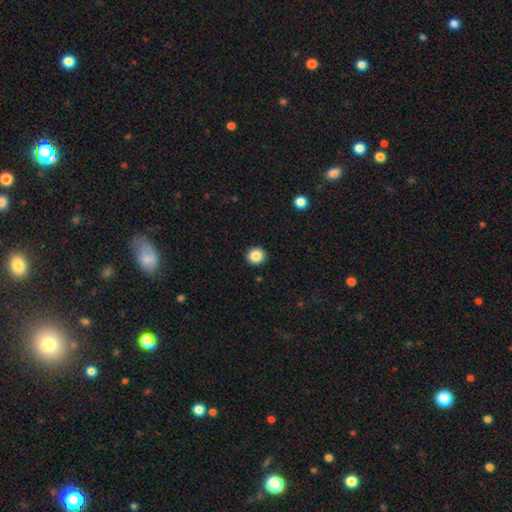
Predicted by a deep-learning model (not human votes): Smooth or featured? Predicted: smooth (p=0.87). How rounded? Predicted: round (p=0.91). Merging? Predicted: none (p=0.93).